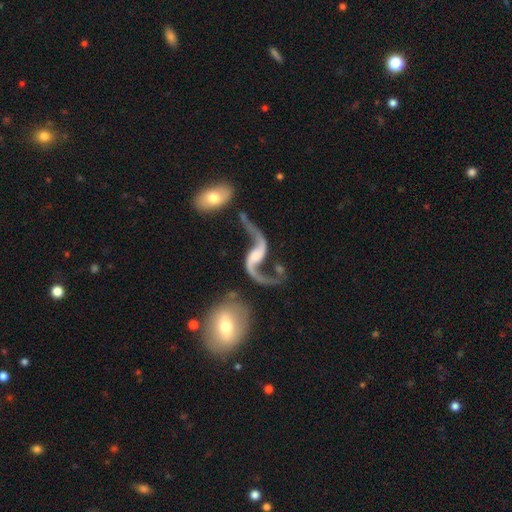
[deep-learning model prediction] Smooth or featured?
  - featured or disk: 92% *
  - star or artifact: 4%
  - smooth: 4%
Edge-on disk?
  - no: 97% *
  - yes: 3%
Bar?
  - no: 42% *
  - weak: 38%
  - strong: 19%
Spiral arms?
  - yes: 97% *
  - no: 3%
Spiral winding?
  - loose: 93% *
  - medium: 5%
  - tight: 2%
Spiral arm count?
  - 2: 93% *
  - 1: 3%
  - can't tell: 1%
  - 3: 1%
  - 4: 1%
  - more than 4: 1%
Bulge size?
  - none: 34% *
  - small: 28%
  - moderate: 22%
  - large: 13%
  - dominant: 3%
Merging?
  - none: 53% *
  - minor disturbance: 16%
  - merger: 16%
  - major disturbance: 15%